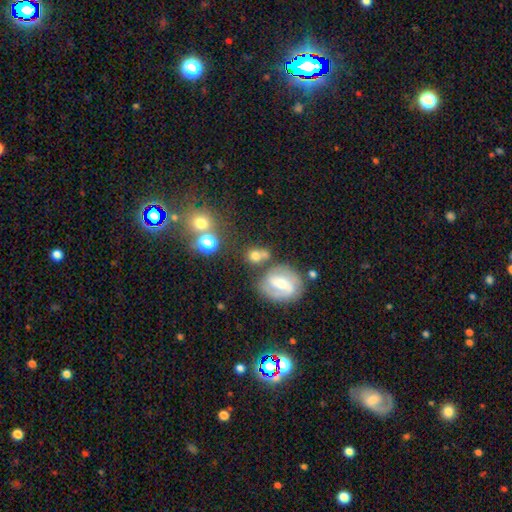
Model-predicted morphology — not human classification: Overall: smooth (61%; featured or disk 28%). How rounded: round (73%). Merging: none (56%; merger 24%).